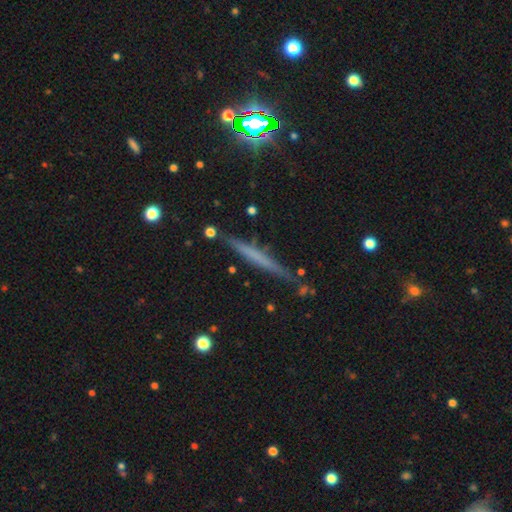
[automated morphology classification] The model was most divided on "smooth or featured": smooth: 45%, featured or disk: 44%, star or artifact: 11%. More confident: merging — none (84%).